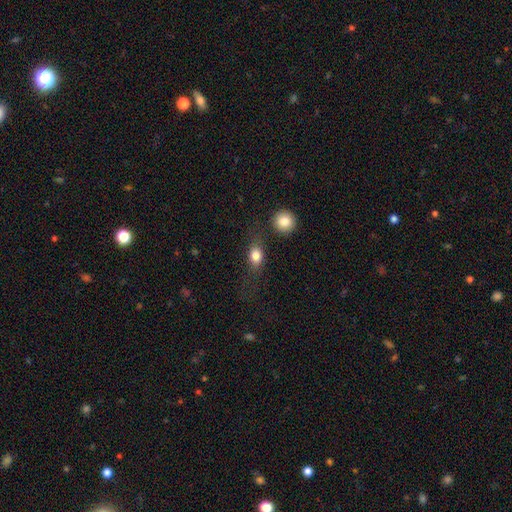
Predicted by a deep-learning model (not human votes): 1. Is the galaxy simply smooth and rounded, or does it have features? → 80% smooth, 10% featured or disk, 9% star or artifact.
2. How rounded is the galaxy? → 54% in between, 40% round, 5% cigar-shaped.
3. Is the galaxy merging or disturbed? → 59% none, 17% minor disturbance, 13% major disturbance, 10% merger.